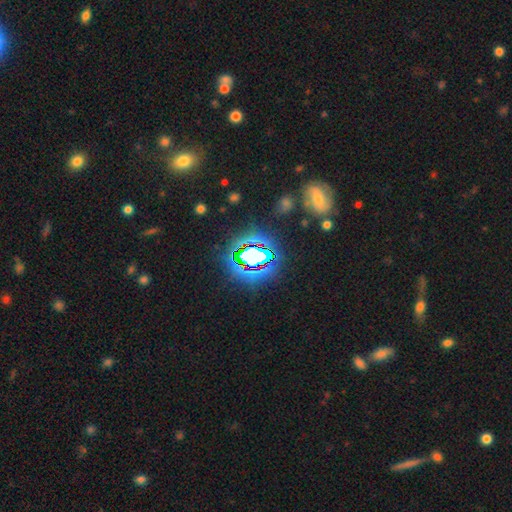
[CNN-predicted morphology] Q: Smooth or featured?
A: star or artifact (70%); runner-up: smooth (19%)